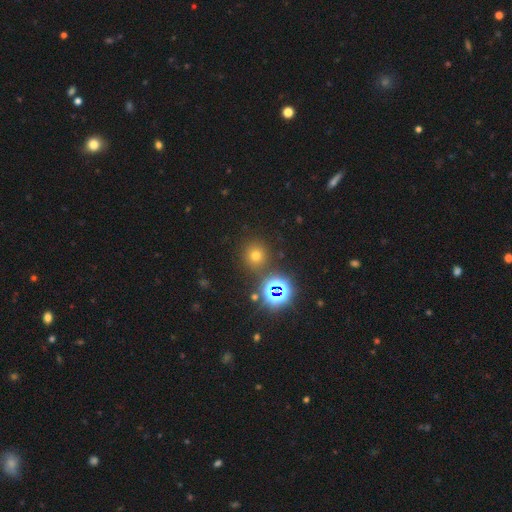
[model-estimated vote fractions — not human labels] A smooth galaxy with no disk features (62%) that is round (92%). Merging: none (84%).